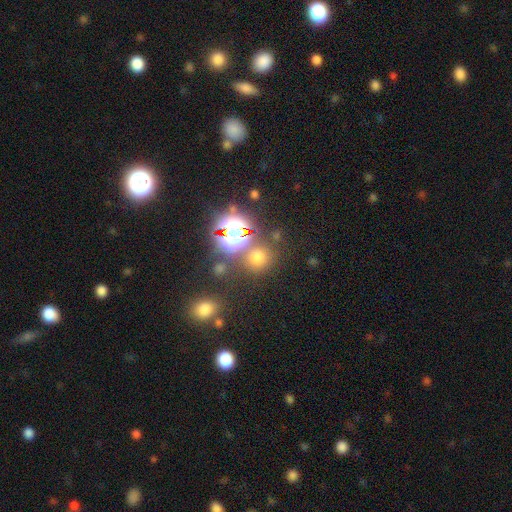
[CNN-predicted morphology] Q: Smooth or featured?
A: smooth (53%); runner-up: star or artifact (40%)
Q: How rounded?
A: round (88%); runner-up: in between (11%)
Q: Merging?
A: none (78%); runner-up: merger (10%)